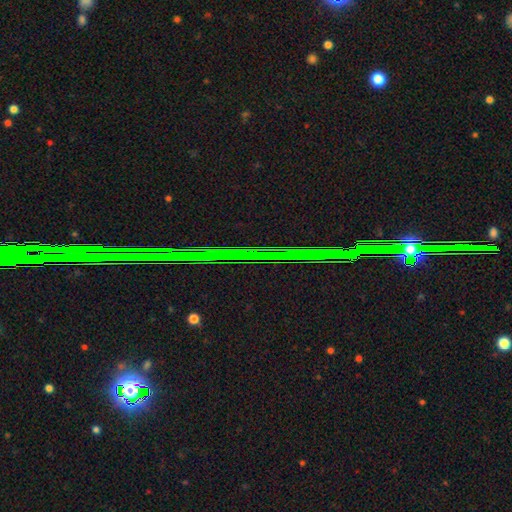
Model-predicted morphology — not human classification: A star or artifact, not a galaxy (83%).